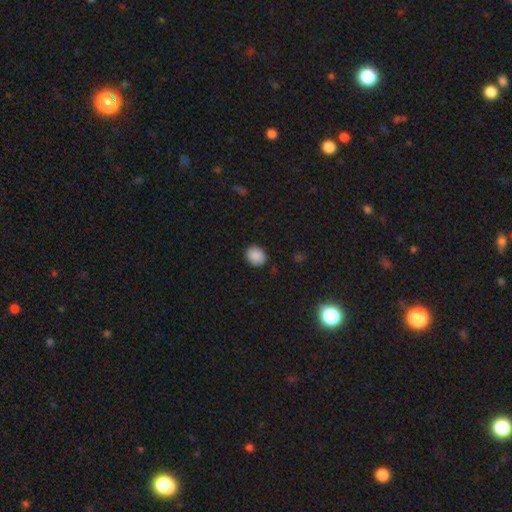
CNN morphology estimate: Overall: smooth (89%). How rounded: round (55%; in between 44%). Merging: none (87%).